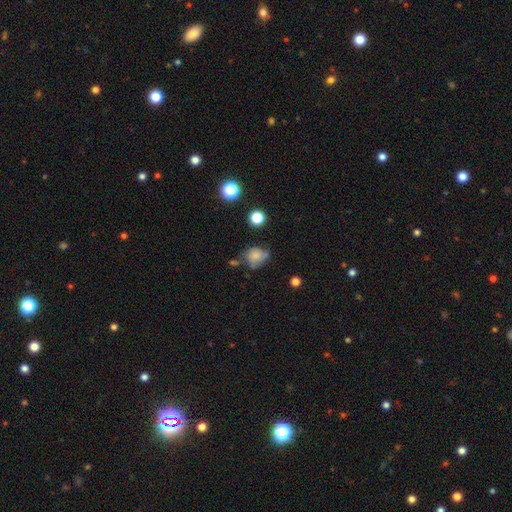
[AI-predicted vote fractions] Smooth or featured? Predicted: smooth (p=0.68). How rounded? Predicted: round (p=0.66). Merging? Predicted: none (p=0.46).